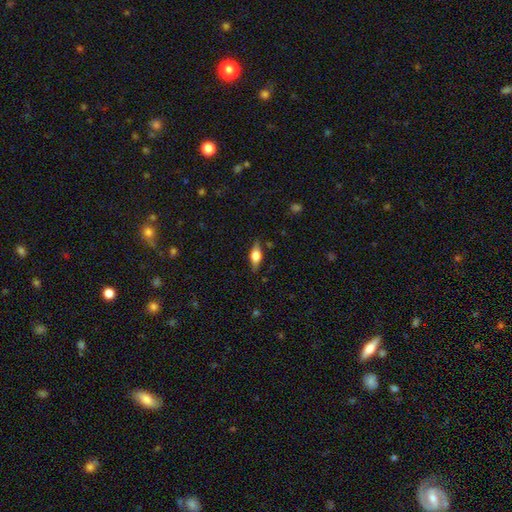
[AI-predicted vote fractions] Smooth or featured?
  - featured or disk: 47% *
  - smooth: 45%
  - star or artifact: 8%
Merging?
  - none: 83% *
  - minor disturbance: 13%
  - major disturbance: 3%
  - merger: 1%